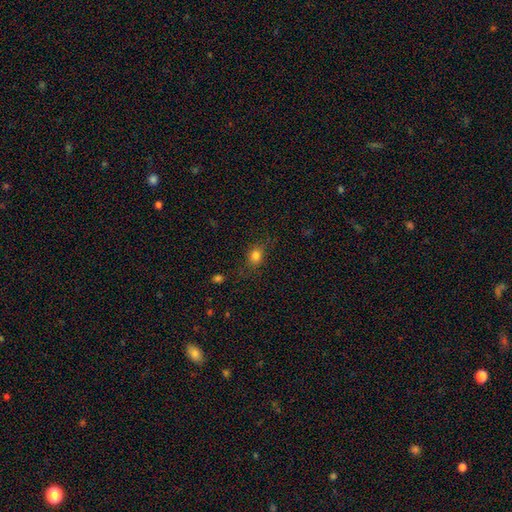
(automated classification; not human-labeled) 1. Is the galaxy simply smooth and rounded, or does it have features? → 80% smooth, 13% star or artifact, 7% featured or disk.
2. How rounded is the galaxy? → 50% round, 48% in between, 2% cigar-shaped.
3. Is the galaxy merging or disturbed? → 77% none, 16% minor disturbance, 5% major disturbance, 2% merger.